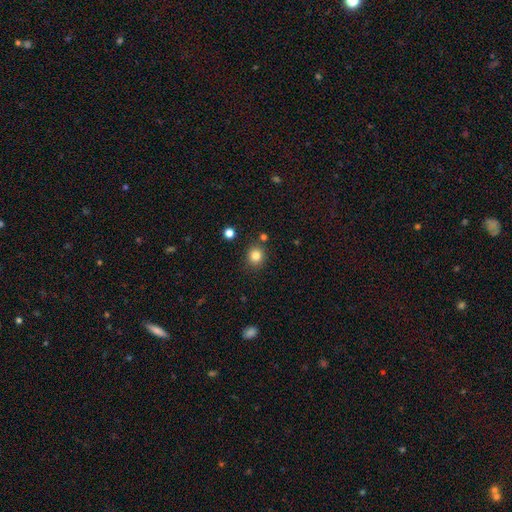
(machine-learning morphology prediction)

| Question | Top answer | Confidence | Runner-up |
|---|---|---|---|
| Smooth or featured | smooth | 83% | star or artifact (12%) |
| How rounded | round | 84% | in between (15%) |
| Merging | none | 85% | minor disturbance (8%) |